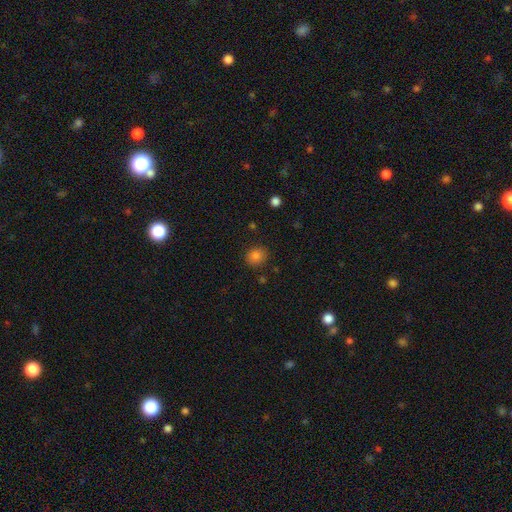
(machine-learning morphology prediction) smooth 82%, star or artifact 12%, featured or disk 6%. Down the decision tree: how rounded — round (75%); merging — none (86%).